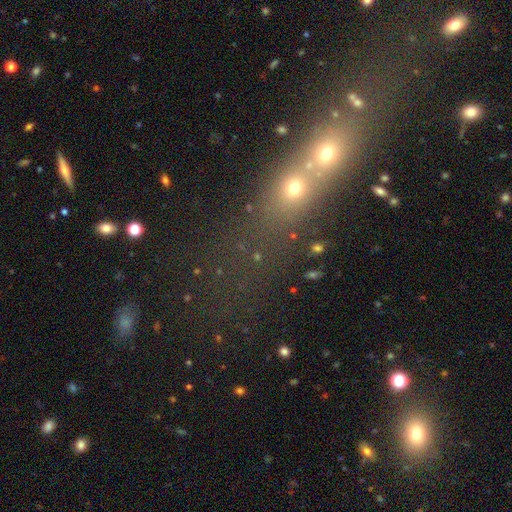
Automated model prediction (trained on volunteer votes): A smooth galaxy with no disk features (43%). Merging: merger (59%).